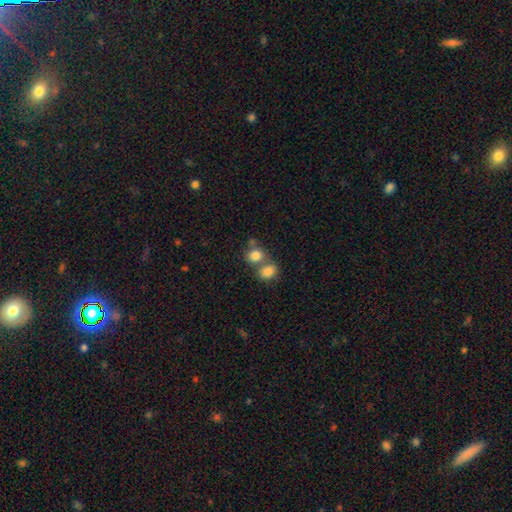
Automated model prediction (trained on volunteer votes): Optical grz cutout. It shows a smooth galaxy with no disk features (81%) that is round (67%). Merging: merger (48%).